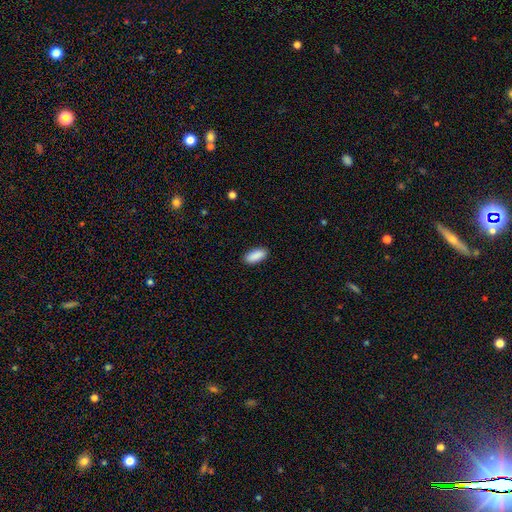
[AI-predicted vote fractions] smooth 91%, star or artifact 6%, featured or disk 3%. Down the decision tree: how rounded — in between (85%); merging — none (90%).